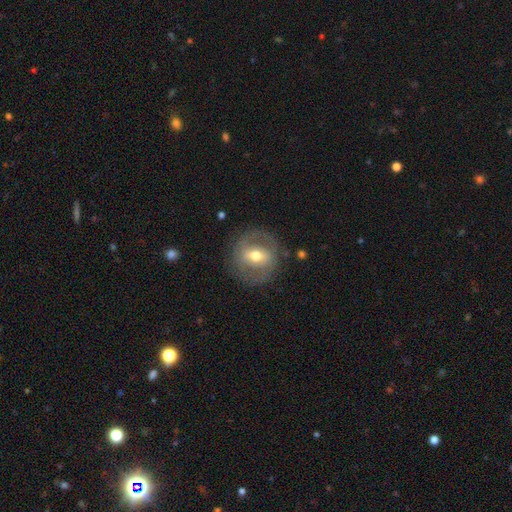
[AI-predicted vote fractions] A featured or disk galaxy (60%) with a strong bar (40%, tied with weak), no spiral arms (59%) and a moderate central bulge (71%).

Vote fractions:
- Smooth or featured? featured or disk: 60% / smooth: 33% / star or artifact: 7%
- Edge-on disk? no: 93% / yes: 7%
- Bar? strong: 40% (tied) / weak: 40% (tied) / no: 21%
- Spiral arms? no: 59% / yes: 41%
- Bulge size? moderate: 71% / small: 18% / large: 9% / dominant: 1% / none: 1%
- Merging? none: 79% / minor disturbance: 13% / major disturbance: 7% / merger: 1%